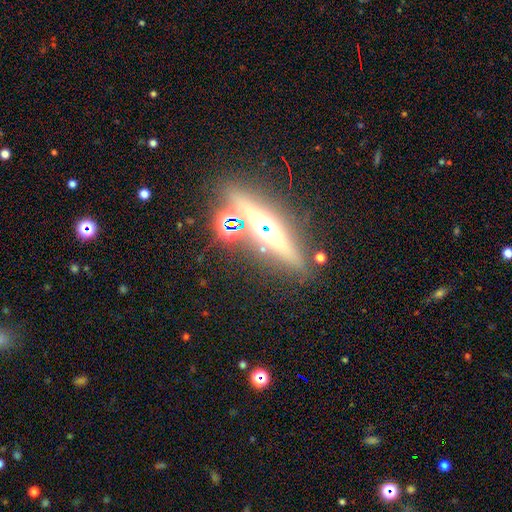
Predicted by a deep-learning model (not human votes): Q: Smooth or featured?
A: featured or disk (72%); runner-up: smooth (17%)
Q: Edge-on disk?
A: yes (91%); runner-up: no (9%)
Q: Edge-on bulge?
A: rounded (69%); runner-up: none (18%)
Q: Merging?
A: none (65%); runner-up: merger (15%)